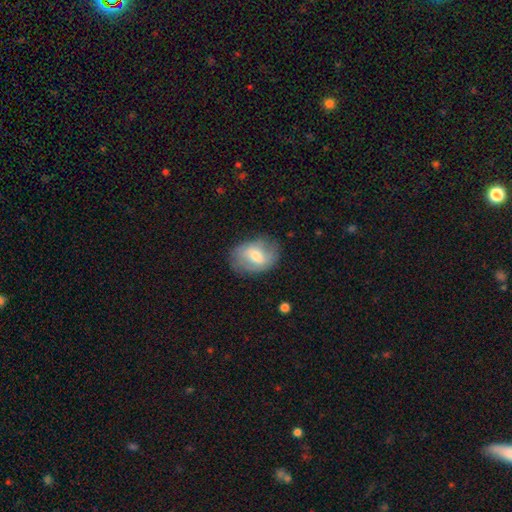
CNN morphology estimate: A smooth galaxy with no disk features (51%) that is in between round and cigar-shaped (72%). Merging: none (74%).